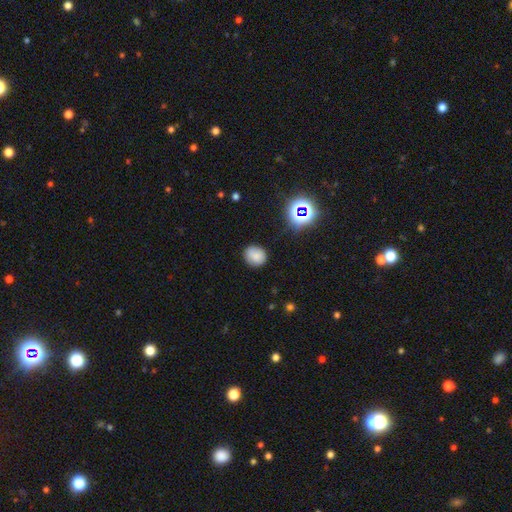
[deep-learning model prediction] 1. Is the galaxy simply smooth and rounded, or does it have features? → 79% smooth, 14% star or artifact, 7% featured or disk.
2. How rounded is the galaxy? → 71% round, 28% in between, 1% cigar-shaped.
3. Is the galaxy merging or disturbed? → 82% none, 13% minor disturbance, 3% major disturbance, 2% merger.